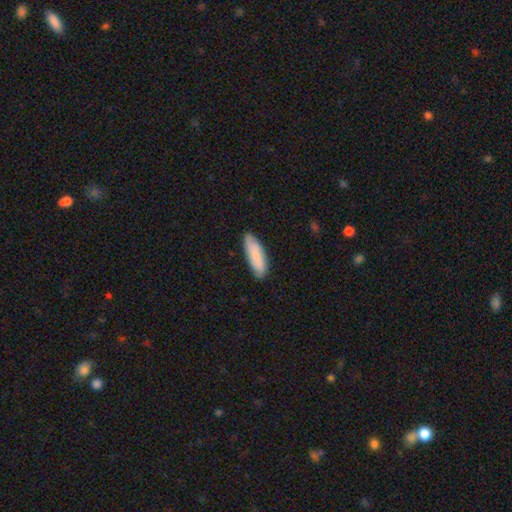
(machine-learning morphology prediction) Smooth or featured?
  - smooth: 80% *
  - featured or disk: 15%
  - star or artifact: 6%
How rounded?
  - in between: 52% *
  - cigar-shaped: 46%
  - round: 2%
Merging?
  - none: 83% *
  - minor disturbance: 14%
  - major disturbance: 2%
  - merger: 1%